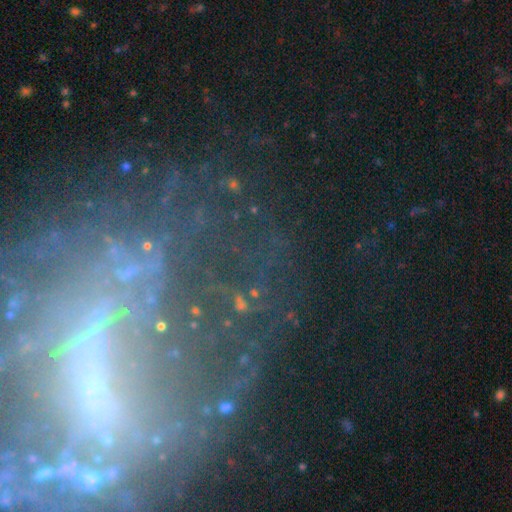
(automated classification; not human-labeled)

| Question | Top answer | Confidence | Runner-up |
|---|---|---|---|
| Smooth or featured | featured or disk | 46% | star or artifact (39%) |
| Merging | none | 64% | minor disturbance (15%) |